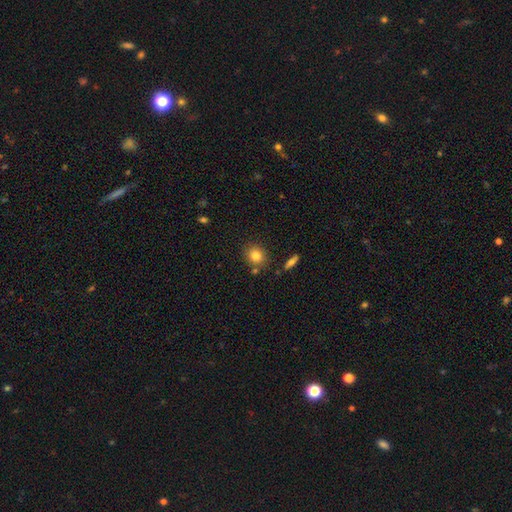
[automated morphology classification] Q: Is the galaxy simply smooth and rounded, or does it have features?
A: smooth — 82%.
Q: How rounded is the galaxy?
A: round — 75%.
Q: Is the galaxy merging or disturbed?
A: none — 80%.